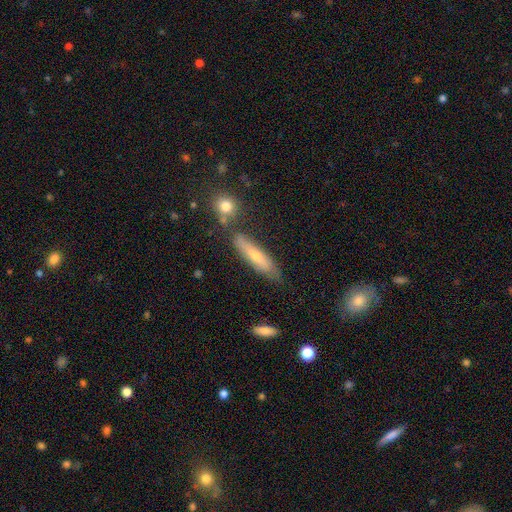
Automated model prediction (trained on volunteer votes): This is possibly a smooth galaxy (55%). How rounded: likely cigar-shaped (76%). Merging: likely none (69%).